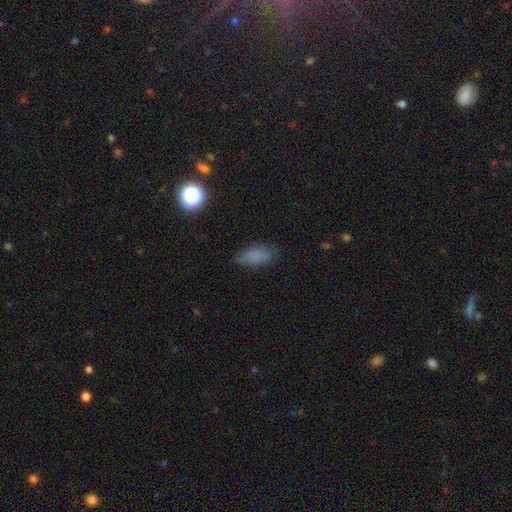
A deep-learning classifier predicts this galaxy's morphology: Smooth or featured? Predicted: smooth (p=0.79). How rounded? Predicted: in between (p=0.81). Merging? Predicted: none (p=0.76).